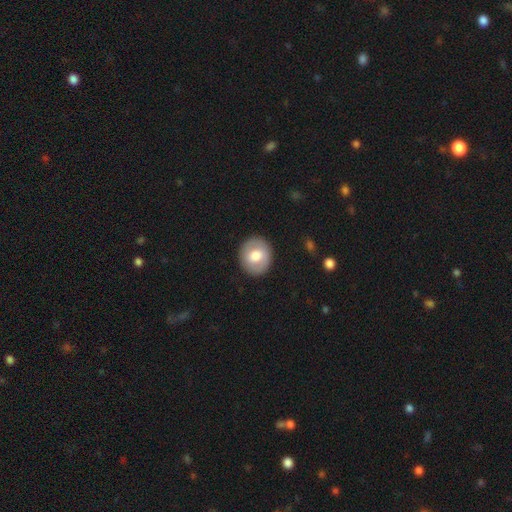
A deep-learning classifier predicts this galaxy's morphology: This is likely a smooth galaxy (67%). How rounded: likely round (77%). Merging: clearly none (89%).